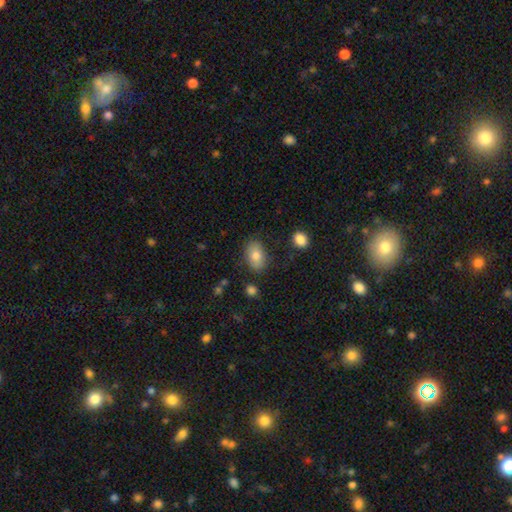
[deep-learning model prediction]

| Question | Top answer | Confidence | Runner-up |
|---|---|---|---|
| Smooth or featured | smooth | 79% | featured or disk (14%) |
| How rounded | in between | 87% | round (12%) |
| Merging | none | 80% | minor disturbance (14%) |